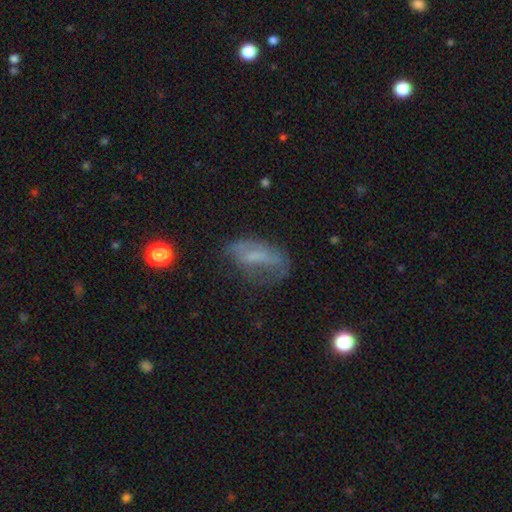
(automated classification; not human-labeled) This is possibly a smooth galaxy (45%). Merging: marginally none (42%).